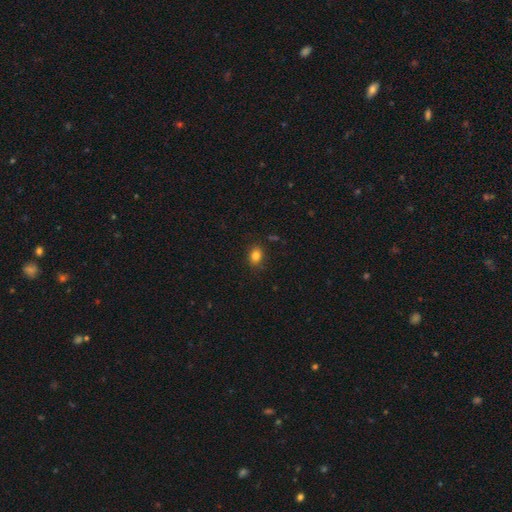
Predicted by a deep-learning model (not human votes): Smooth or featured?
  - smooth: 83% *
  - star or artifact: 12%
  - featured or disk: 5%
How rounded?
  - in between: 59% *
  - round: 39%
  - cigar-shaped: 1%
Merging?
  - none: 86% *
  - minor disturbance: 10%
  - major disturbance: 3%
  - merger: 1%